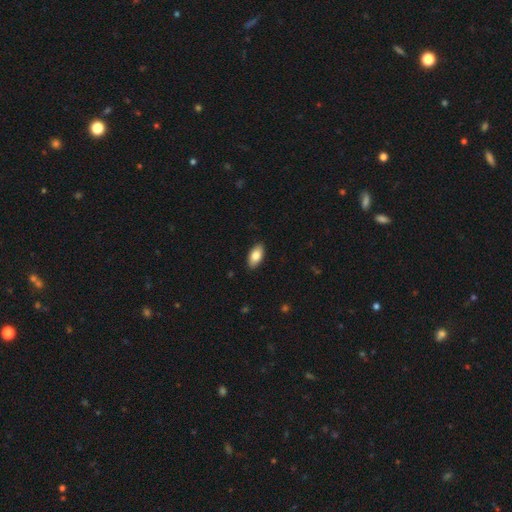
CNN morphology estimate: This appears to be a smooth galaxy with no disk features (83%) that is in between round and cigar-shaped (92%). Merging: none (88%).